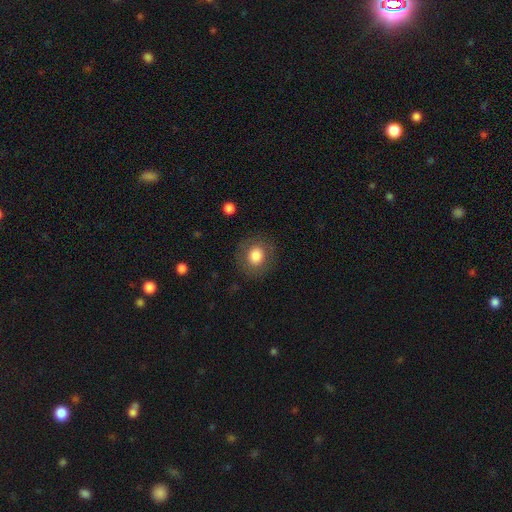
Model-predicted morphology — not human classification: type=smooth (80%); roundness=round (83%); merging=none (85%).